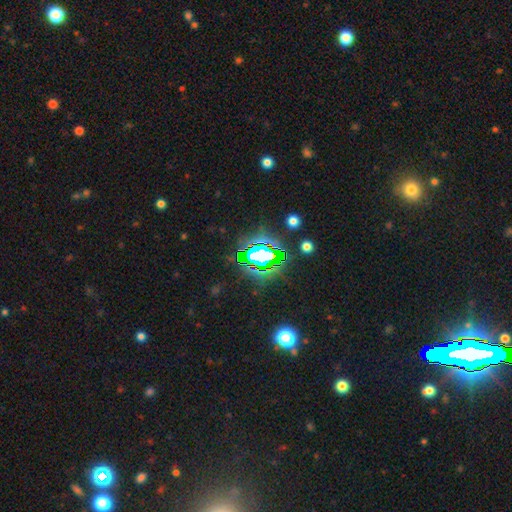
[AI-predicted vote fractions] This appears to be a star or artifact, not a galaxy (76%).